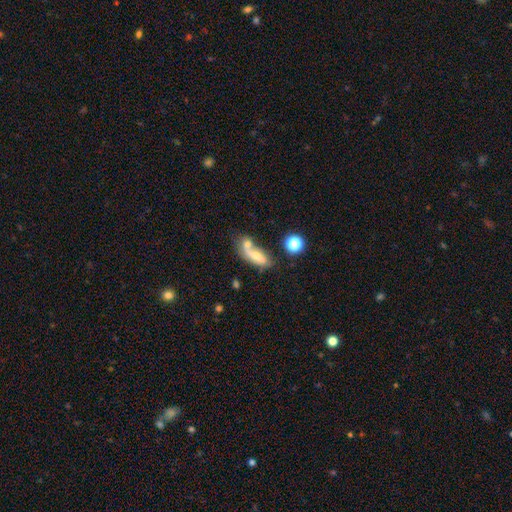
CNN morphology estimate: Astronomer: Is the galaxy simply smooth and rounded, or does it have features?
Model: smooth — 53% (runner-up: featured or disk, 36%).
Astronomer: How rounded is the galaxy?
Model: in between — 65%.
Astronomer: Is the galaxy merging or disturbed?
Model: merger — 38% (runner-up: none, 33%).